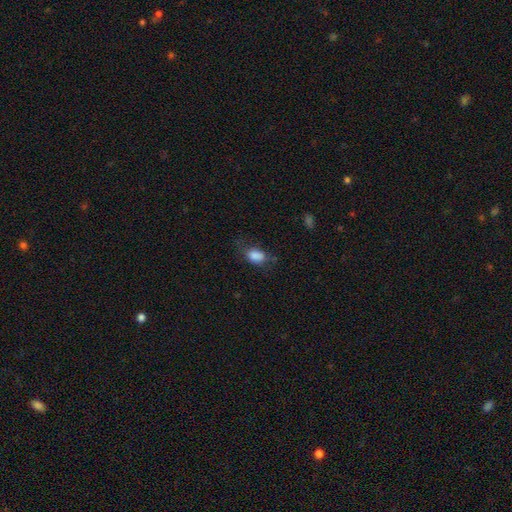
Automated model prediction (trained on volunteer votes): This appears to be a smooth galaxy with no disk features (84%) that is in between round and cigar-shaped (81%). Merging: none (50%).